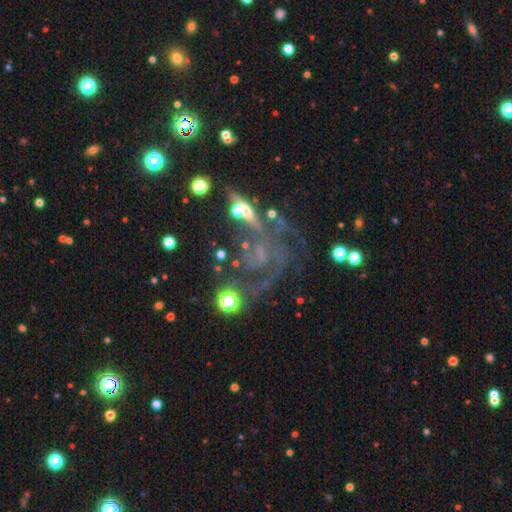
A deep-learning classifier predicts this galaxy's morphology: smooth_or_featured: featured or disk (p=0.69) [alt: star or artifact p=0.20]
disk_edge_on: no (p=0.95) [alt: yes p=0.05]
bar: no (p=0.66) [alt: weak p=0.24]
has_spiral_arms: yes (p=0.77) [alt: no p=0.23]
spiral_winding: medium (p=0.39) [alt: tight p=0.32]
spiral_arm_count: can't tell (p=0.29) [alt: 2 p=0.28]
bulge_size: none (p=0.44) [alt: small p=0.35]
merging: none (p=0.37) [alt: major disturbance p=0.34]